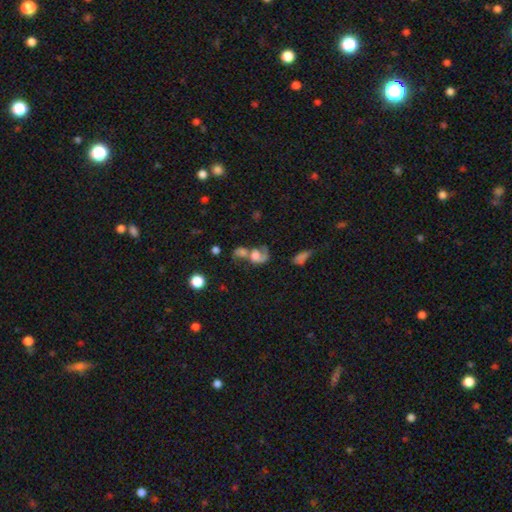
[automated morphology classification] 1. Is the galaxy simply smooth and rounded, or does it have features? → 48% featured or disk, 39% smooth, 13% star or artifact.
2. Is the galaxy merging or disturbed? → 62% merger, 15% none, 15% major disturbance, 8% minor disturbance.